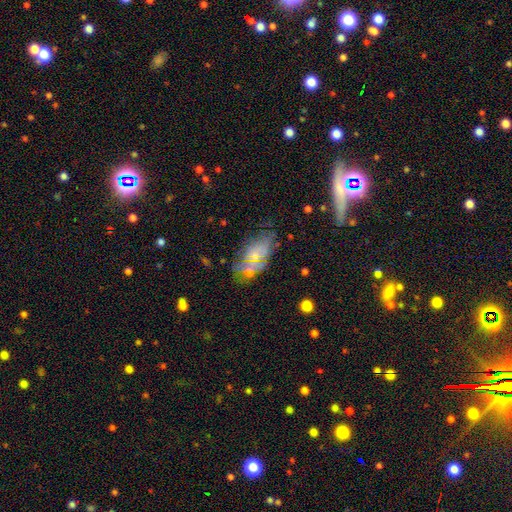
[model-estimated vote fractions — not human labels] Smooth or featured? smooth (46%)
Merging? none (49%)